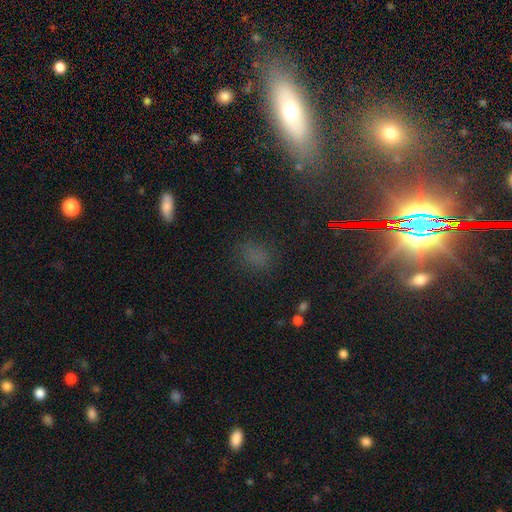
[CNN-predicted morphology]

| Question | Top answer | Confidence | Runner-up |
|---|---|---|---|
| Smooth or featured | smooth | 52% | star or artifact (38%) |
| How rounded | in between | 55% | round (39%) |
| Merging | none | 76% | minor disturbance (14%) |